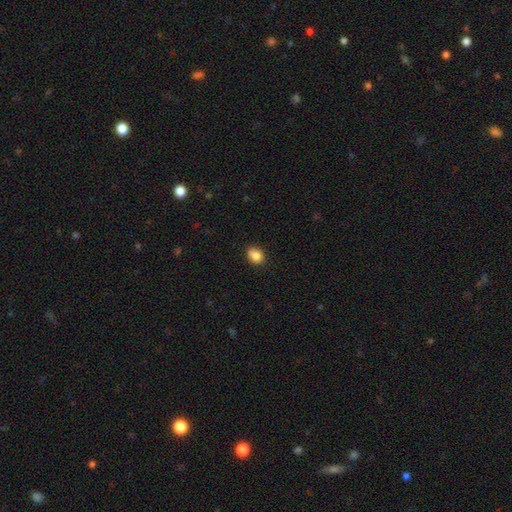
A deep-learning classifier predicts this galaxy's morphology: The model was most divided on "how rounded": in between: 69%, round: 30%, cigar-shaped: 1%. More confident: smooth or featured — smooth (85%); merging — none (74%).